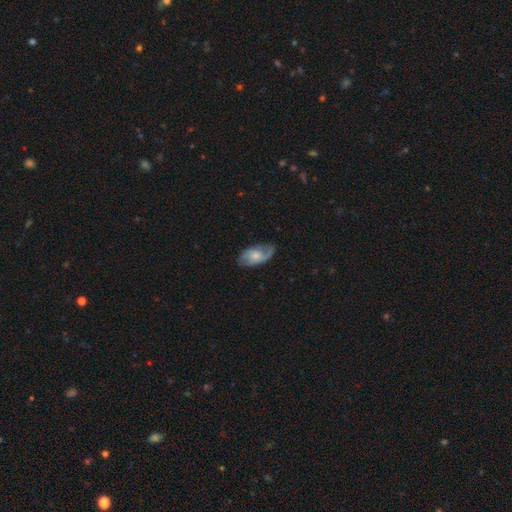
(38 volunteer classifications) smooth-or-featured: featured or disk: 74% | smooth: 24% | star or artifact: 3%
  disk-edge-on: no: 89% | yes: 11%
    bar: no: 80% | weak: 12% | strong: 8%
    has-spiral-arms: yes: 56% | no: 44%
      spiral-winding: medium: 64% | tight: 21% | loose: 14%
      spiral-arm-count: 2: 64% | 3: 14% | can't tell: 14% | 1: 7% | 4: 0% | more than 4: 0%
    bulge-size: small: 56% | moderate: 36% | large: 4% | none: 4% | dominant: 0%
  merging: none: 65% | minor disturbance: 24% | major disturbance: 11% | merger: 0%